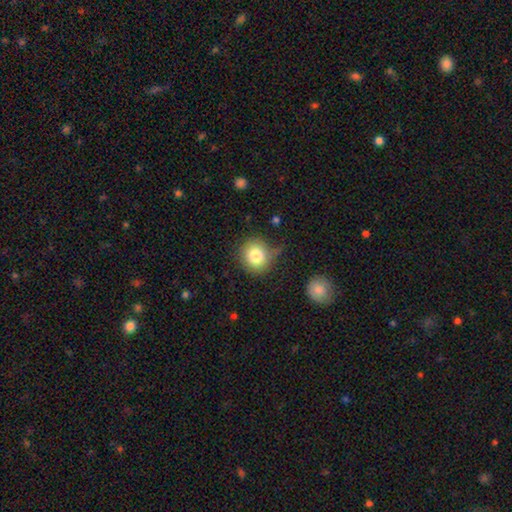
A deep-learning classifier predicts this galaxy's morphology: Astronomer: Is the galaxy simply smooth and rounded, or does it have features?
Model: smooth — 82%.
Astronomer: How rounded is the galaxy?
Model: round — 87%.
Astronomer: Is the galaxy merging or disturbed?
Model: none — 71%.